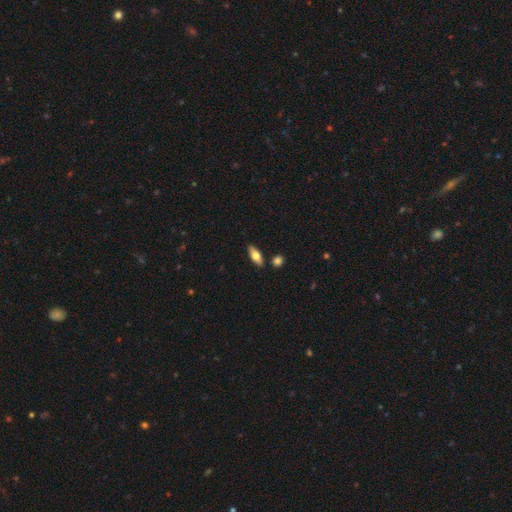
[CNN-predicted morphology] This appears to be a smooth galaxy with no disk features (62%) that is in between round and cigar-shaped (73%). Merging: none (85%).